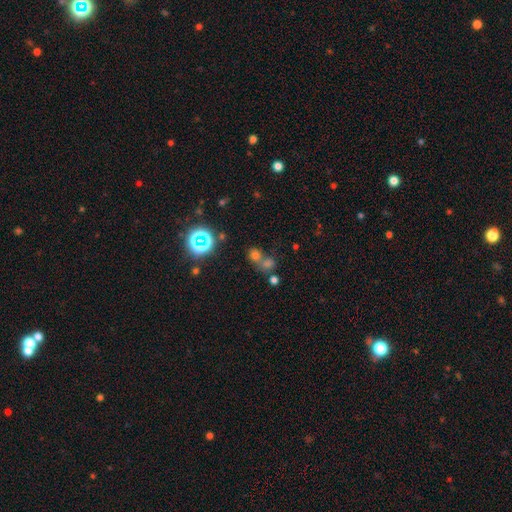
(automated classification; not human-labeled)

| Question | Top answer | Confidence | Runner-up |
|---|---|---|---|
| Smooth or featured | smooth | 54% | star or artifact (35%) |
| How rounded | round | 78% | in between (20%) |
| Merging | none | 45% | merger (44%) |